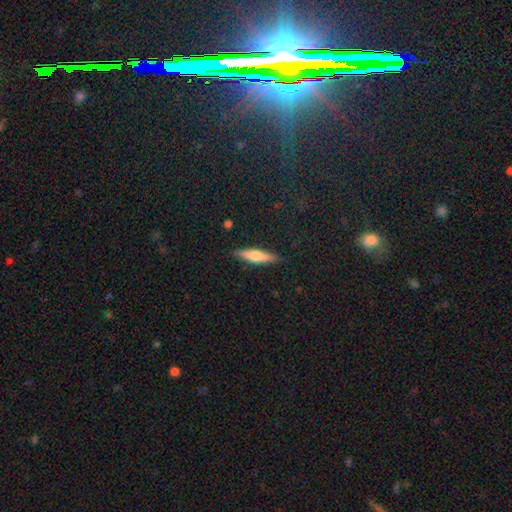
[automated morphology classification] Smooth or featured? Predicted: smooth (p=0.56). How rounded? Predicted: cigar-shaped (p=0.73). Merging? Predicted: none (p=0.86).